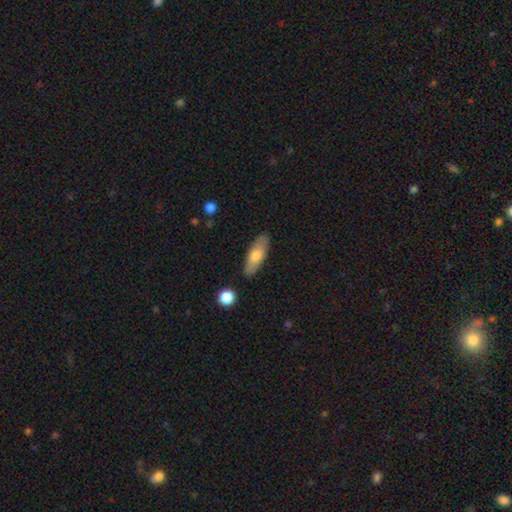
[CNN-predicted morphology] Smooth or featured?
  - smooth: 68% *
  - featured or disk: 26%
  - star or artifact: 6%
How rounded?
  - in between: 66% *
  - cigar-shaped: 31%
  - round: 2%
Merging?
  - none: 84% *
  - minor disturbance: 12%
  - major disturbance: 2%
  - merger: 2%